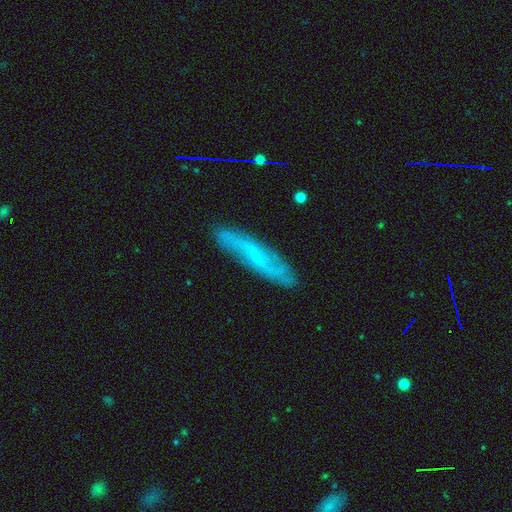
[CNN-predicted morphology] Smooth or featured: featured or disk — 55% (smooth — 37%)
Edge-on disk: no — 58% (yes — 42%)
Merging: none — 80% (minor disturbance — 15%)